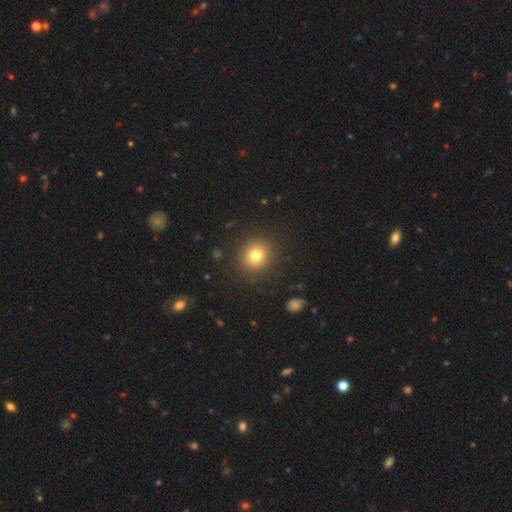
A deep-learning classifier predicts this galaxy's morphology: Smooth or featured?
  - smooth: 77% *
  - star or artifact: 14%
  - featured or disk: 9%
How rounded?
  - round: 84% *
  - in between: 15%
  - cigar-shaped: 1%
Merging?
  - none: 89% *
  - minor disturbance: 7%
  - major disturbance: 3%
  - merger: 1%